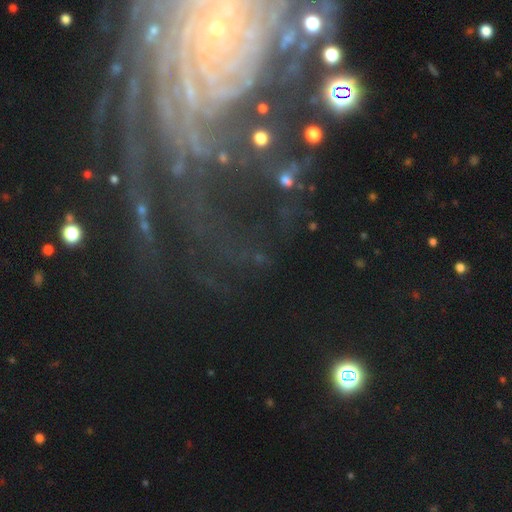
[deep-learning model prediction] This appears to be a star or artifact, not a galaxy (46%).